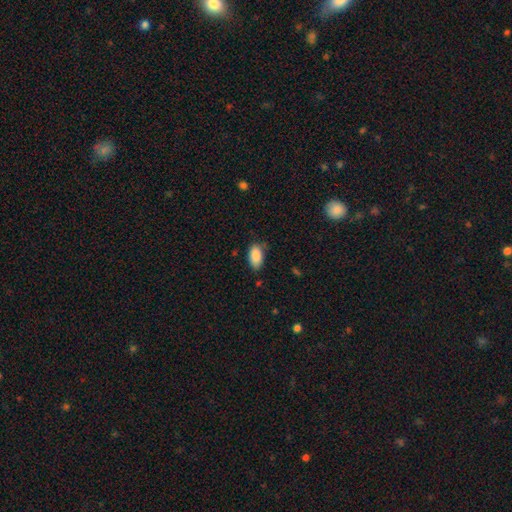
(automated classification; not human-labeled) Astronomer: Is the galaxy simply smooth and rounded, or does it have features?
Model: smooth — 88%.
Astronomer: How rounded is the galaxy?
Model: in between — 93%.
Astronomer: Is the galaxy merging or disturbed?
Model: none — 72%.